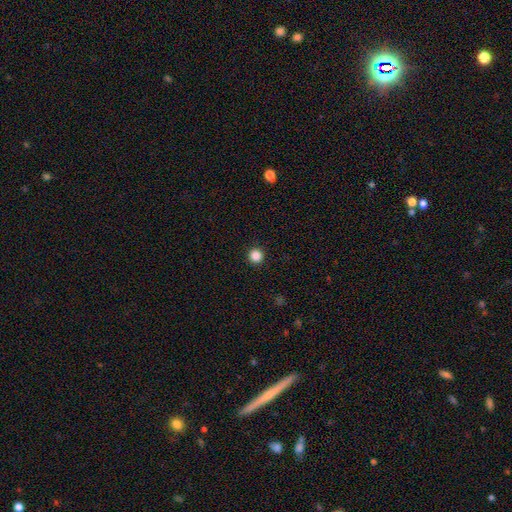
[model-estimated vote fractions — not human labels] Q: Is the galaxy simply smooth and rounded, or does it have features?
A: smooth — 86%.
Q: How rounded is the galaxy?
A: round — 96%.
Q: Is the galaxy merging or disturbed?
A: none — 94%.